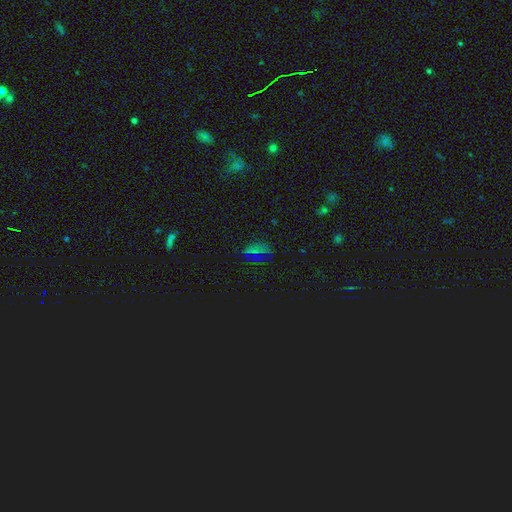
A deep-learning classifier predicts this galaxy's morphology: Q: Smooth or featured?
A: star or artifact (58%); runner-up: smooth (30%)